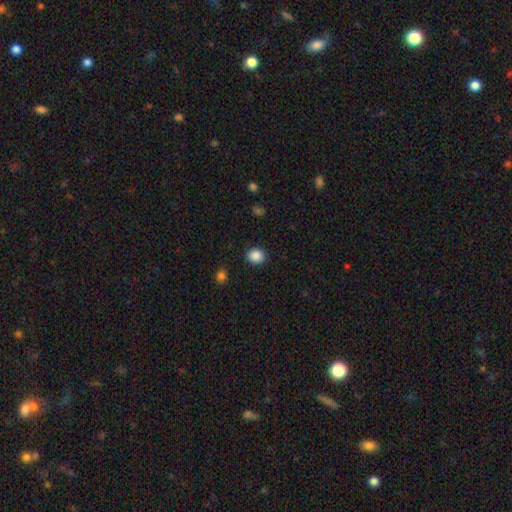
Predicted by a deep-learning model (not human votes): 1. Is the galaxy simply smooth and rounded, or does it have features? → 87% smooth, 9% star or artifact, 3% featured or disk.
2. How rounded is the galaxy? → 71% round, 28% in between, 1% cigar-shaped.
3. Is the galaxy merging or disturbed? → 90% none, 7% minor disturbance, 2% major disturbance, 1% merger.